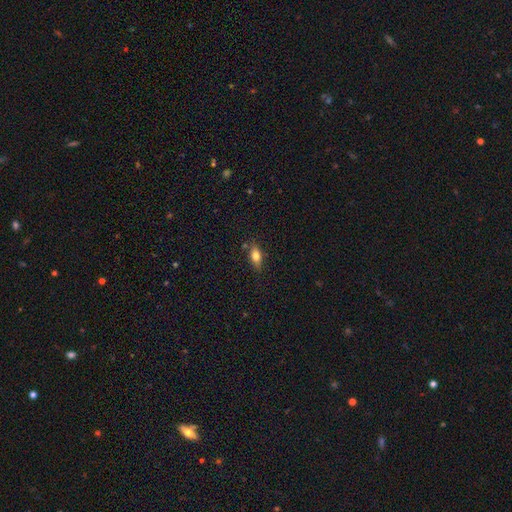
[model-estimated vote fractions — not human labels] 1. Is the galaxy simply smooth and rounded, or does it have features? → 78% smooth, 13% featured or disk, 9% star or artifact.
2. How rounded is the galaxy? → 83% in between, 12% cigar-shaped, 5% round.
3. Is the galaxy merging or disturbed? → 76% none, 16% minor disturbance, 4% merger, 4% major disturbance.